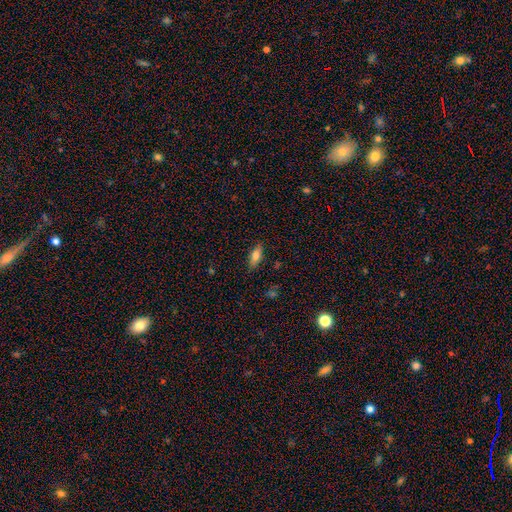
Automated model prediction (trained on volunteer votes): smooth 73%, featured or disk 19%, star or artifact 8%. Down the decision tree: how rounded — in between (72%); merging — none (86%).